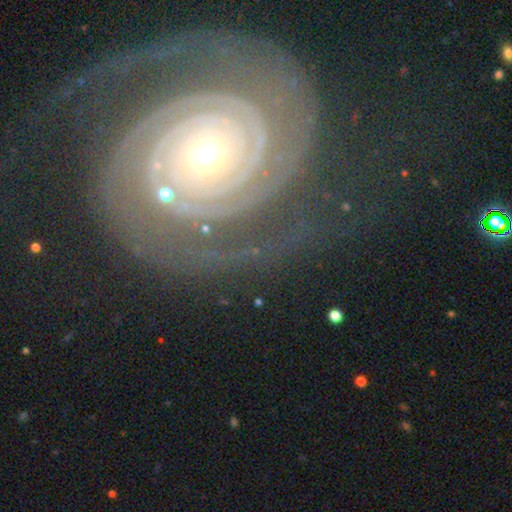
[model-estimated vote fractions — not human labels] Q: Smooth or featured?
A: featured or disk (90%); runner-up: star or artifact (7%)
Q: Edge-on disk?
A: no (97%); runner-up: yes (3%)
Q: Bar?
A: no (77%); runner-up: weak (13%)
Q: Spiral arms?
A: yes (98%); runner-up: no (2%)
Q: Spiral winding?
A: tight (87%); runner-up: medium (11%)
Q: Spiral arm count?
A: 2 (44%); runner-up: 3 (16%)
Q: Bulge size?
A: moderate (49%); runner-up: small (46%)
Q: Merging?
A: none (74%); runner-up: minor disturbance (13%)